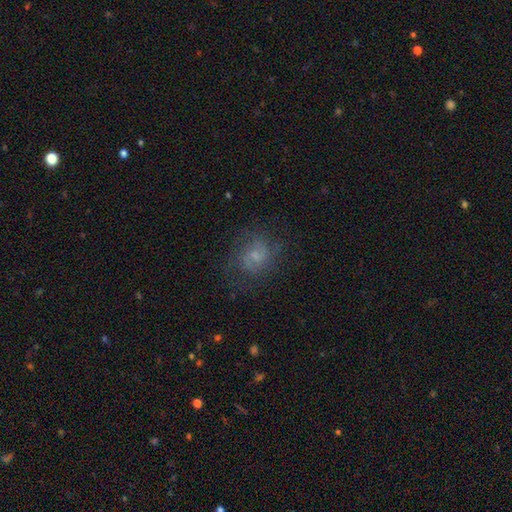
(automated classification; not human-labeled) Morphology: type=featured or disk (52%); edge-on=no (97%); bar=no (59%); spiral arms=yes (81%); bulge=small (52%); merging=none (66%).